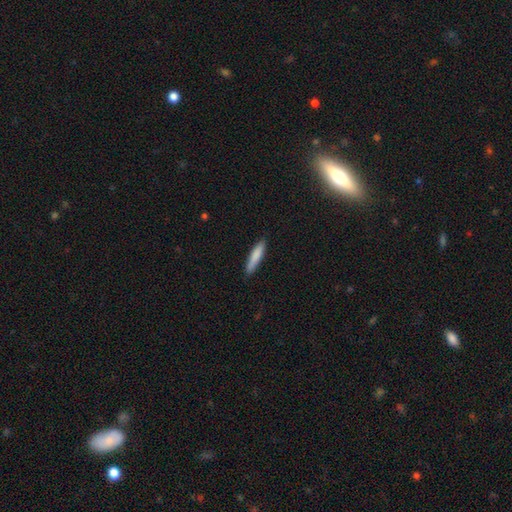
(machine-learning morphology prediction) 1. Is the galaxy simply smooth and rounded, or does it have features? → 82% smooth, 12% featured or disk, 5% star or artifact.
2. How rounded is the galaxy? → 85% cigar-shaped, 13% in between, 1% round.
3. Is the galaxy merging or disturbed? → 87% none, 10% minor disturbance, 2% major disturbance, 1% merger.